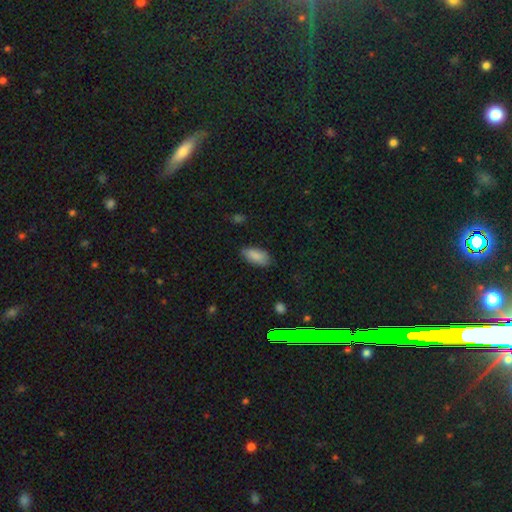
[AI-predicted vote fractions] This appears to be a smooth galaxy with no disk features (86%) that is in between round and cigar-shaped (91%). Merging: none (79%).